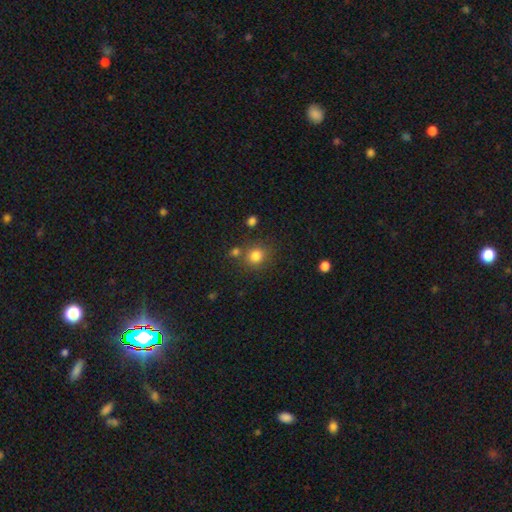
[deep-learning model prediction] This appears to be a smooth galaxy with no disk features (81%) that is round (80%). Merging: none (72%).